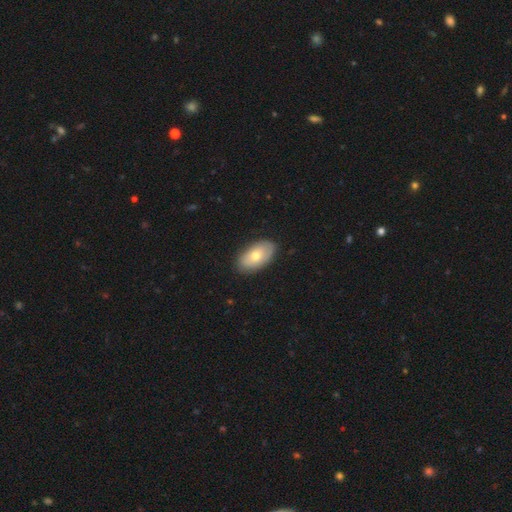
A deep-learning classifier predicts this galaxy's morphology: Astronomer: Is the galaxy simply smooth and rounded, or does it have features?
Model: smooth — 64%.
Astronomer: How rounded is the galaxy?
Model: in between — 93%.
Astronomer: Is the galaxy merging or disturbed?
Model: none — 85%.